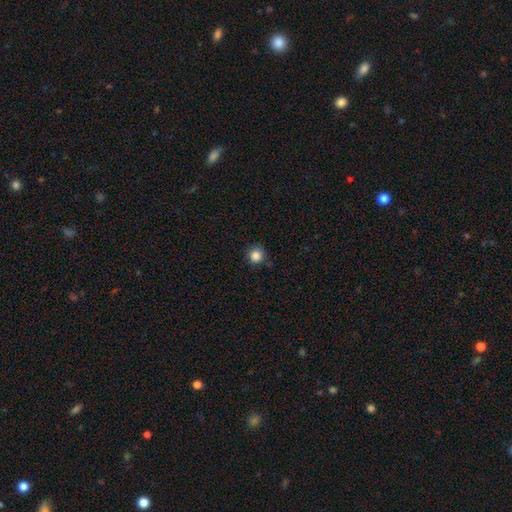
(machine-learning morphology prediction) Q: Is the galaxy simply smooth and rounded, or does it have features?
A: smooth — 85%.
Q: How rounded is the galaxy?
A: round — 93%.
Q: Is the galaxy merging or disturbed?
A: none — 84%.